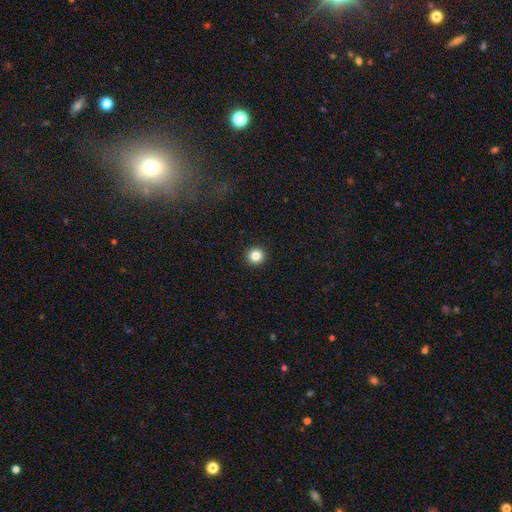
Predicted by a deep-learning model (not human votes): smooth 84%, star or artifact 11%, featured or disk 5%. Down the decision tree: how rounded — round (96%); merging — none (94%).